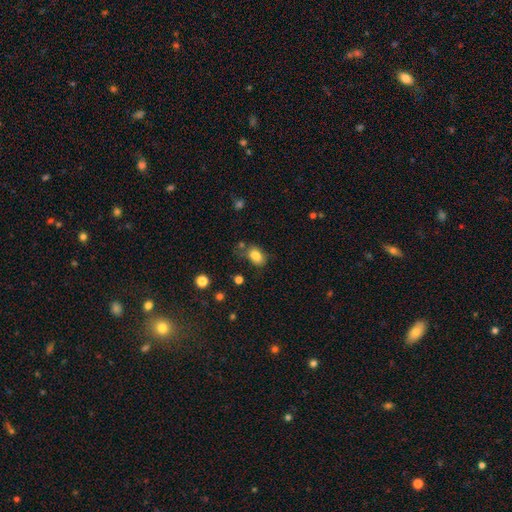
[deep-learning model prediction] smooth-or-featured: smooth: 83% | star or artifact: 10% | featured or disk: 8%
  how-rounded: in between: 81% | round: 18% | cigar-shaped: 1%
  merging: none: 67% | minor disturbance: 20% | merger: 8% | major disturbance: 6%